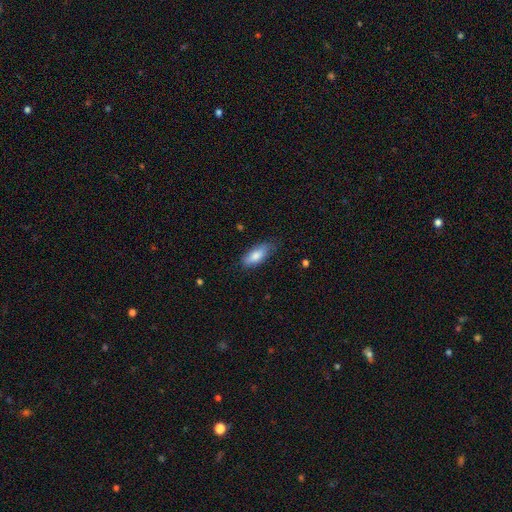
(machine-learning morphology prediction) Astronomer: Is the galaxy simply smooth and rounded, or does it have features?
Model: smooth — 81%.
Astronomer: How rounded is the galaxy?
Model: in between — 79%.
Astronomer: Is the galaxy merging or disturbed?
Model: none — 71%.